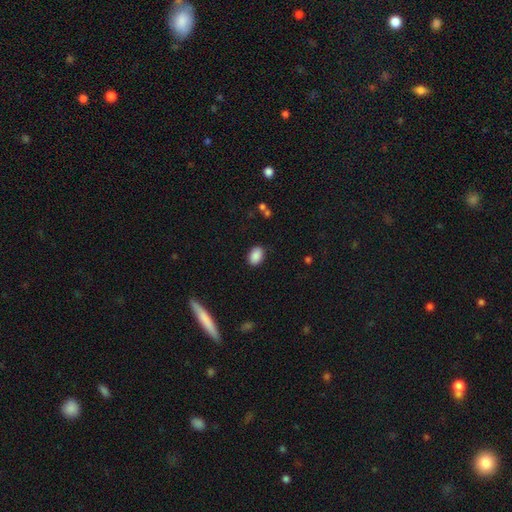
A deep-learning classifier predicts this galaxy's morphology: type=smooth (89%); roundness=in between (82%); merging=none (87%).